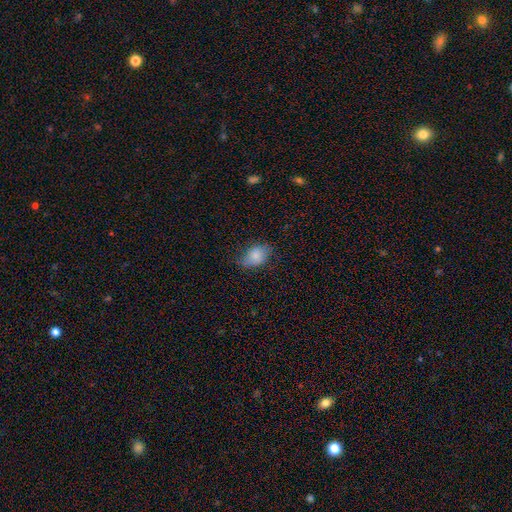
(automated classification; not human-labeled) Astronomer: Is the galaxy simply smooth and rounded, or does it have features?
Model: smooth — 80%.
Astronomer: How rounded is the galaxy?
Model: in between — 76%.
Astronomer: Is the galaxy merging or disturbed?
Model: none — 60%.